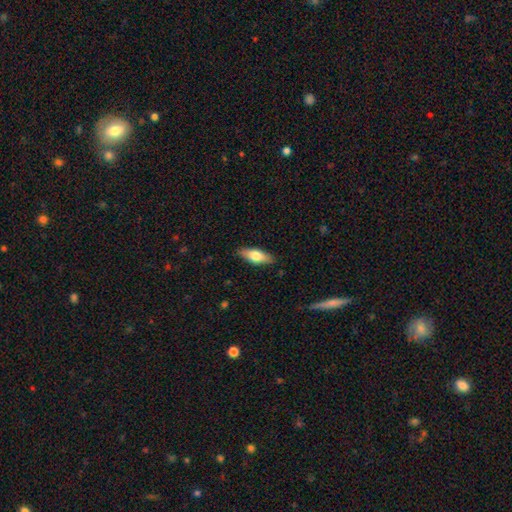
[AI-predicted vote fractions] Smooth or featured? smooth (67%)
How rounded? in between (66%)
Merging? none (87%)